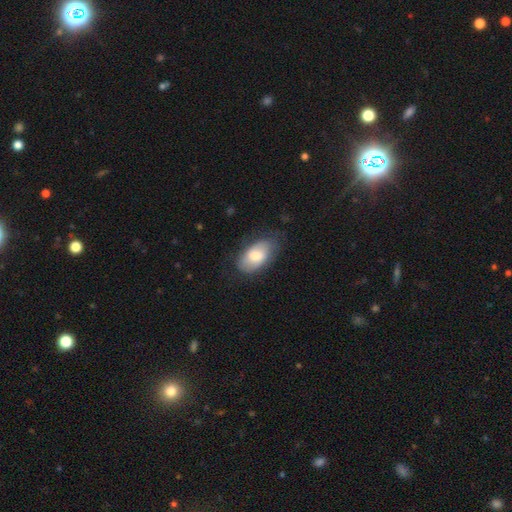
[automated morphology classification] Smooth or featured? Predicted: smooth (p=0.74). How rounded? Predicted: in between (p=0.94). Merging? Predicted: none (p=0.68).